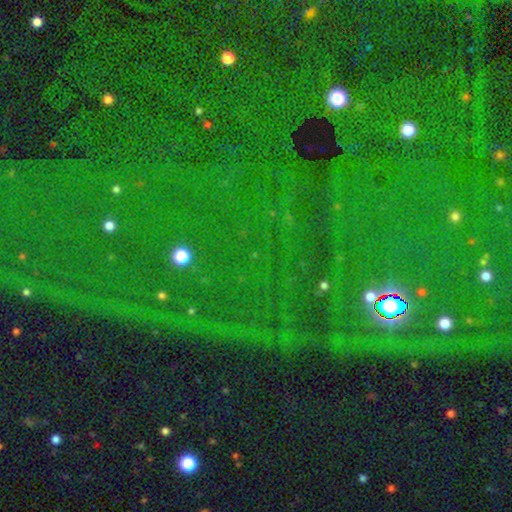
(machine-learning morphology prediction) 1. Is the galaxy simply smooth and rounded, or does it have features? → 84% star or artifact, 9% smooth, 7% featured or disk.